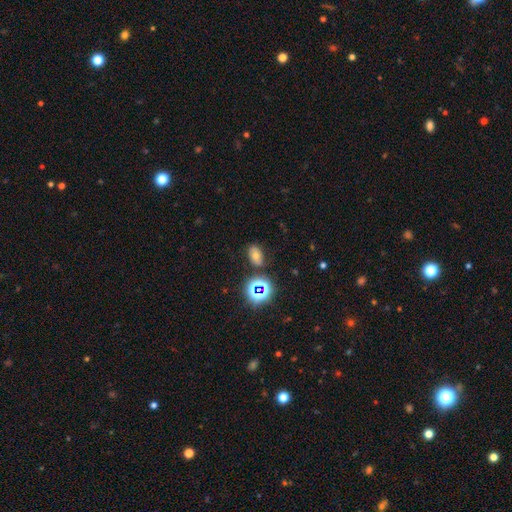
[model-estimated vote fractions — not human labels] A smooth galaxy with no disk features (57%) that is in between round and cigar-shaped (81%). Merging: none (77%).